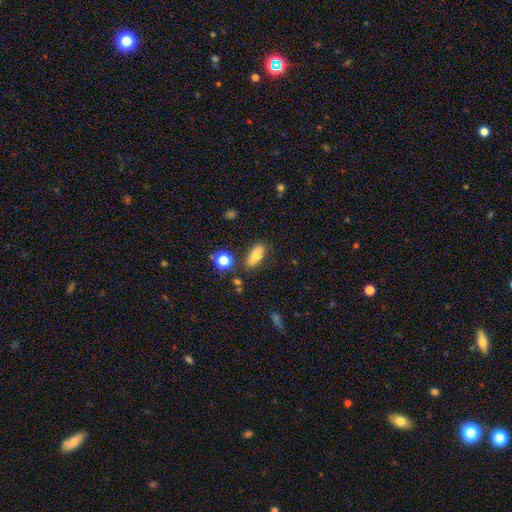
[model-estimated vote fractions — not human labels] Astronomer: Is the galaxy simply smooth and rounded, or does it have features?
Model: smooth — 77%.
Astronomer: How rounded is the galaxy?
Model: in between — 81%.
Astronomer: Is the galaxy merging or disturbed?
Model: none — 81%.